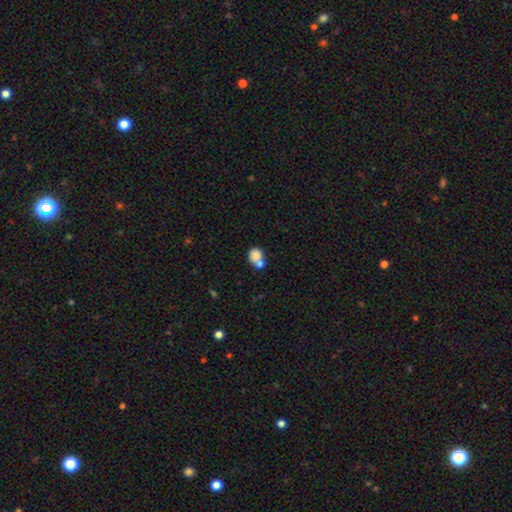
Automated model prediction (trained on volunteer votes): Smooth or featured?
  - smooth: 80% *
  - featured or disk: 11%
  - star or artifact: 9%
How rounded?
  - round: 62% *
  - in between: 37%
  - cigar-shaped: 1%
Merging?
  - merger: 54% *
  - none: 31%
  - minor disturbance: 10%
  - major disturbance: 5%